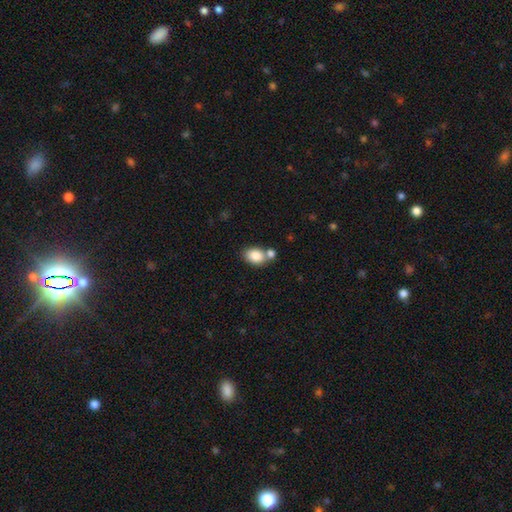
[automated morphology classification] Q: Smooth or featured?
A: smooth (84%); runner-up: star or artifact (8%)
Q: How rounded?
A: in between (76%); runner-up: round (23%)
Q: Merging?
A: none (53%); runner-up: merger (31%)